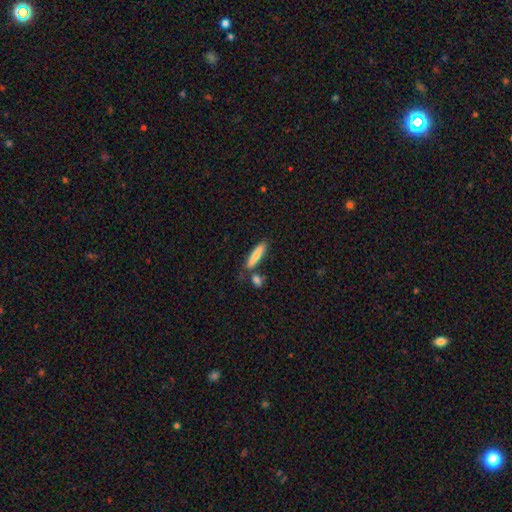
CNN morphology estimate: smooth-or-featured: smooth: 73% | featured or disk: 21% | star or artifact: 6%
  how-rounded: cigar-shaped: 84% | in between: 15% | round: 2%
  merging: none: 72% | merger: 13% | minor disturbance: 12% | major disturbance: 3%